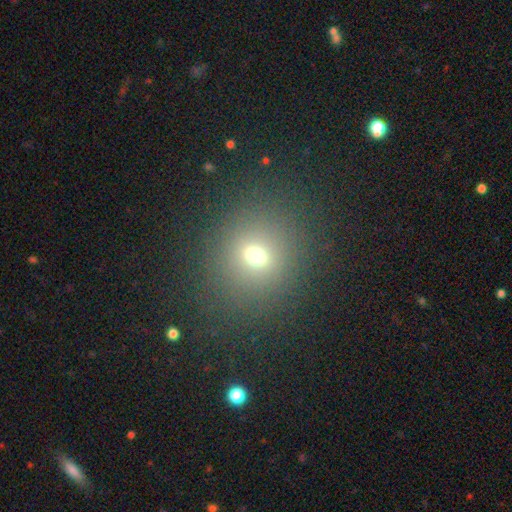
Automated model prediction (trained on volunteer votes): smooth 66%, star or artifact 23%, featured or disk 11%. Down the decision tree: how rounded — round (80%); merging — none (83%).